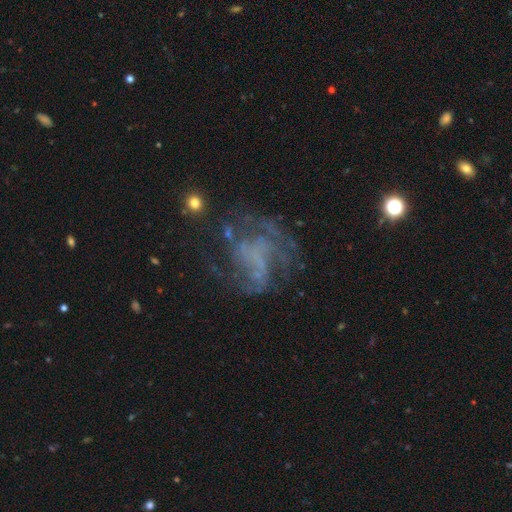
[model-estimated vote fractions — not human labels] Smooth or featured? featured or disk (70%)
Edge-on disk? no (98%)
Bar? no (72%)
Spiral arms? yes (69%)
Bulge size? none (75%)
Merging? none (48%)